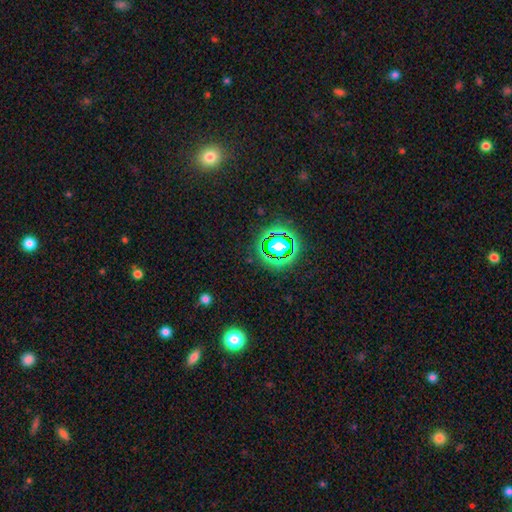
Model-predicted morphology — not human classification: Smooth or featured?
  - star or artifact: 76% *
  - smooth: 15%
  - featured or disk: 8%